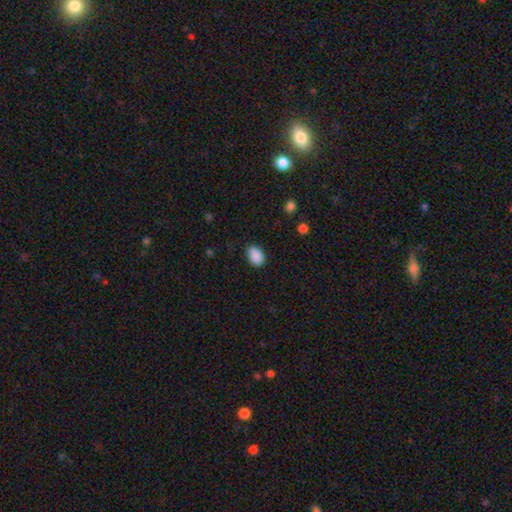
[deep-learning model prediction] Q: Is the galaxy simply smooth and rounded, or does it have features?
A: smooth — 89%.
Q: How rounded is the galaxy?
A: in between — 84%.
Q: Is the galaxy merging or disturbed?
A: none — 80%.